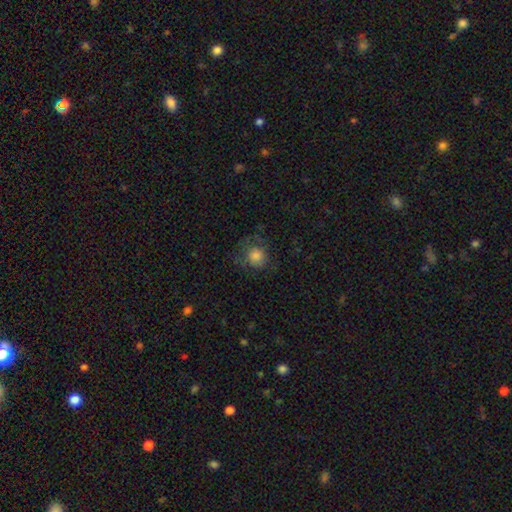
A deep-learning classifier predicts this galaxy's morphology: Q: Smooth or featured?
A: smooth (79%); runner-up: star or artifact (11%)
Q: How rounded?
A: round (87%); runner-up: in between (12%)
Q: Merging?
A: none (65%); runner-up: minor disturbance (20%)